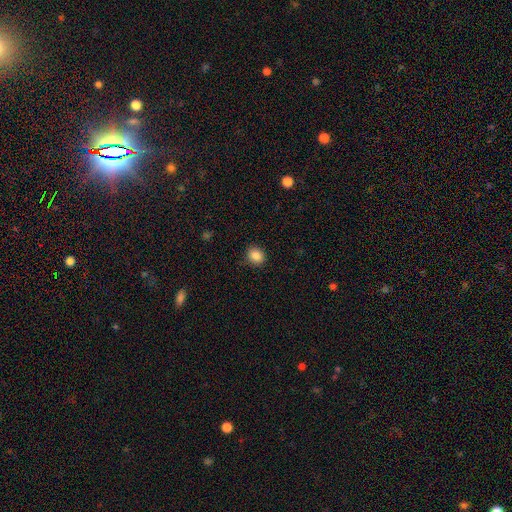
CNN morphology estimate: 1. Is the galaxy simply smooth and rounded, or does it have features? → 86% smooth, 10% star or artifact, 4% featured or disk.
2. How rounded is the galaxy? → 68% round, 31% in between, 1% cigar-shaped.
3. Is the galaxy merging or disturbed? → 87% none, 10% minor disturbance, 2% major disturbance, 1% merger.